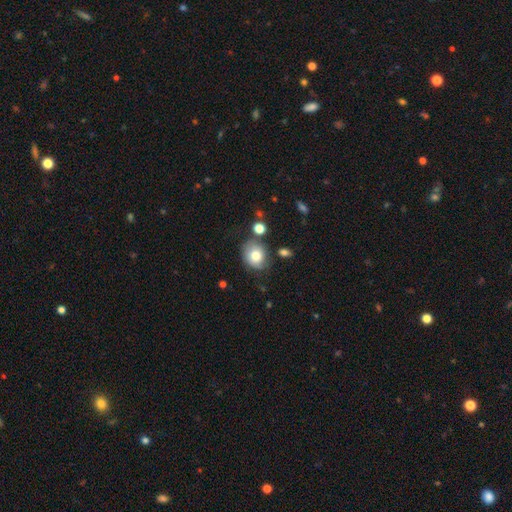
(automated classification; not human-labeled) Smooth or featured: smooth — 75% (featured or disk — 15%)
How rounded: round — 68% (in between — 31%)
Merging: none — 65% (minor disturbance — 21%)